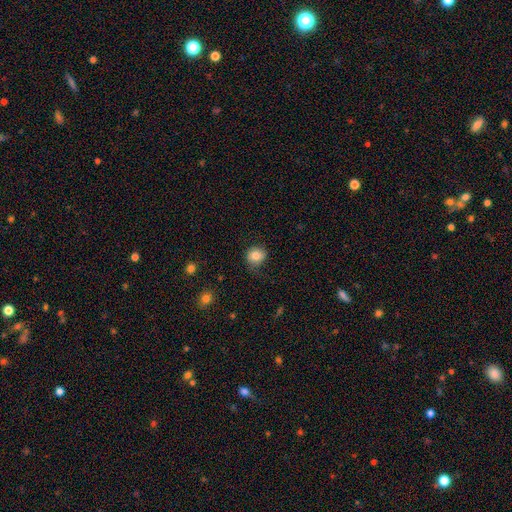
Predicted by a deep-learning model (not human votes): Smooth or featured: smooth — 81% (star or artifact — 10%)
How rounded: round — 83% (in between — 17%)
Merging: none — 75% (minor disturbance — 19%)